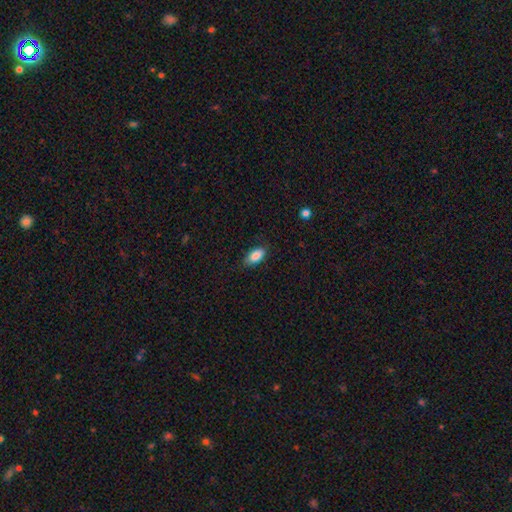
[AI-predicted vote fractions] Smooth or featured? Predicted: smooth (p=0.86). How rounded? Predicted: in between (p=0.91). Merging? Predicted: none (p=0.80).